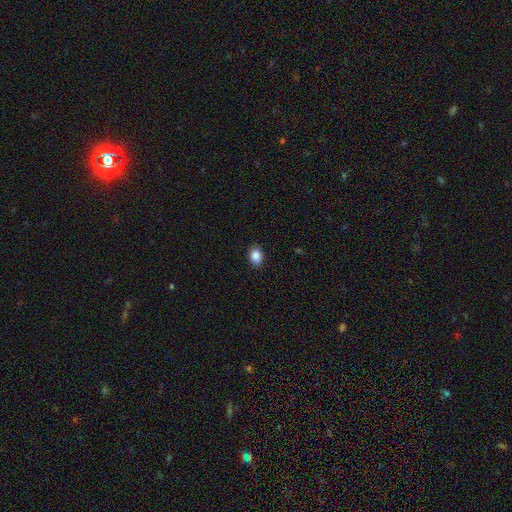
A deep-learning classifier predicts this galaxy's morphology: type=smooth (87%); roundness=in between (70%); merging=none (89%).